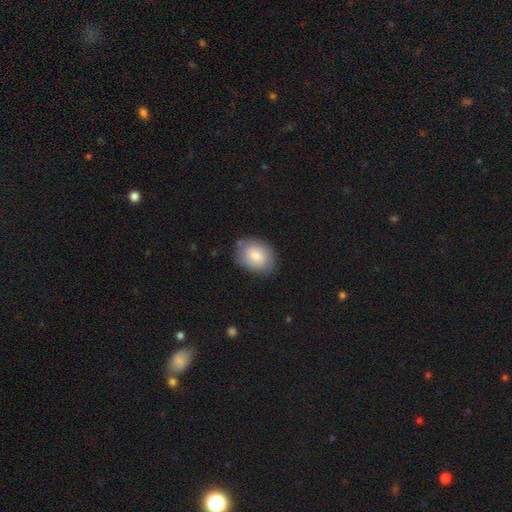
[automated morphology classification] Smooth or featured? smooth (75%)
How rounded? in between (62%)
Merging? none (77%)